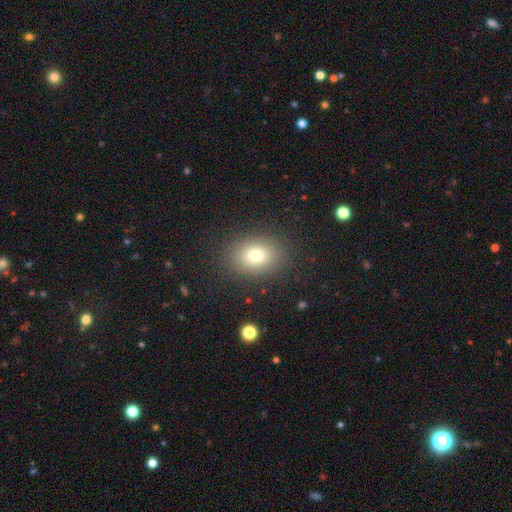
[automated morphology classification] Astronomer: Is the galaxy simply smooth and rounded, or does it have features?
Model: smooth — 76%.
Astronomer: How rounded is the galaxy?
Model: in between — 61% (runner-up: round, 37%).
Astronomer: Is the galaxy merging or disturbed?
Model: none — 87%.